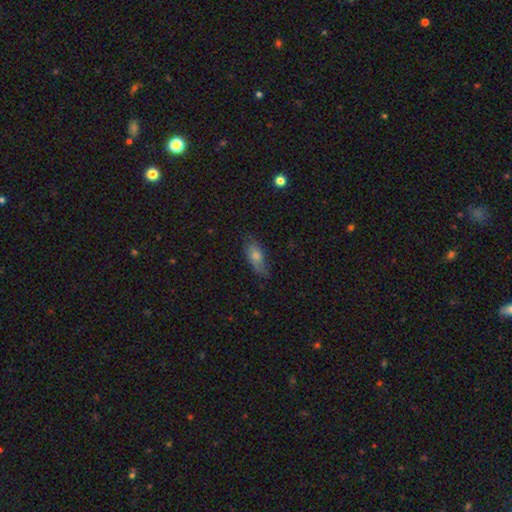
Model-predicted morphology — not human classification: type=smooth (60%); roundness=in between (73%); merging=none (74%).